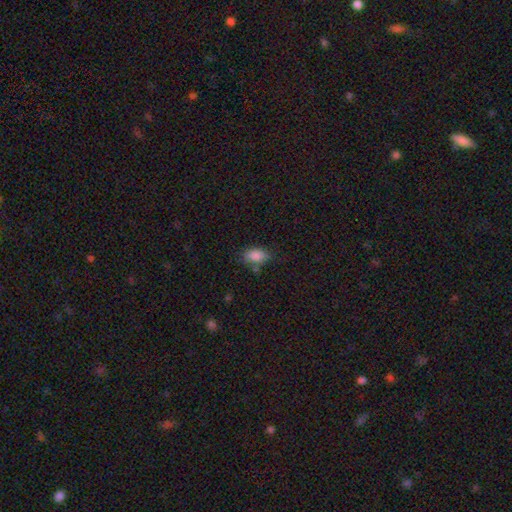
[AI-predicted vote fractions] A smooth galaxy with no disk features (86%) that is in between round and cigar-shaped (89%). Merging: none (68%).